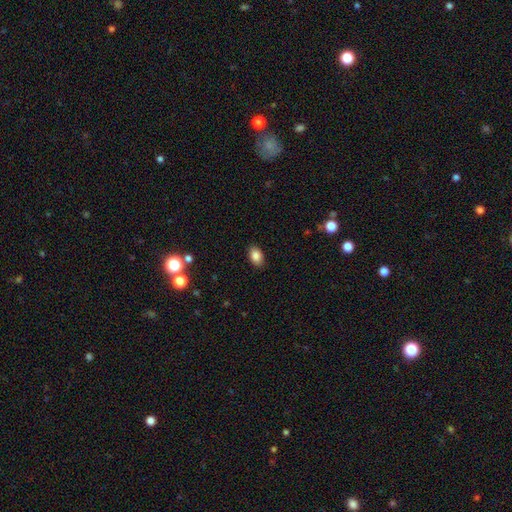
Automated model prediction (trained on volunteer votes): The model was most divided on "how rounded": in between: 85%, round: 13%, cigar-shaped: 1%. More confident: merging — none (88%); smooth or featured — smooth (86%).